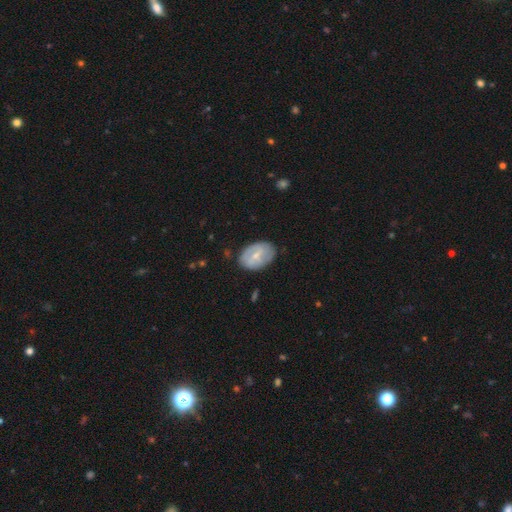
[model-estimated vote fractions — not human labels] Smooth or featured?
  - featured or disk: 51% *
  - smooth: 43%
  - star or artifact: 6%
Edge-on disk?
  - no: 95% *
  - yes: 5%
Merging?
  - none: 73% *
  - minor disturbance: 20%
  - major disturbance: 5%
  - merger: 2%